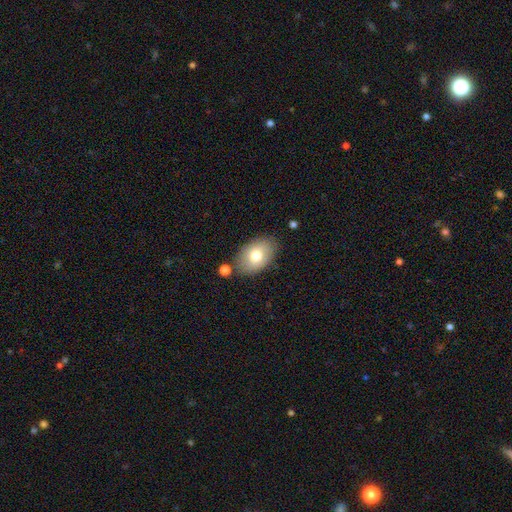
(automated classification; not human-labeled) smooth 75%, featured or disk 18%, star or artifact 7%. Down the decision tree: how rounded — in between (88%); merging — none (79%).